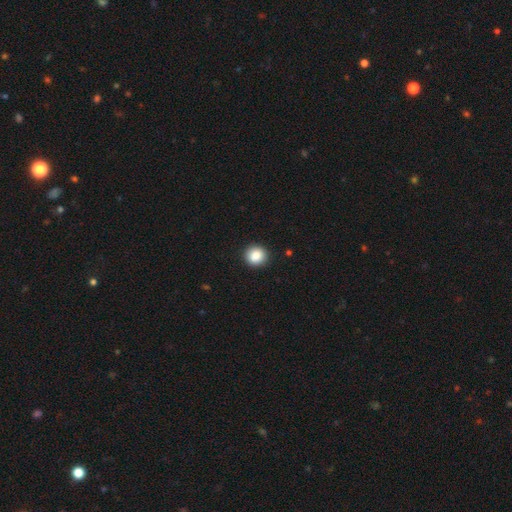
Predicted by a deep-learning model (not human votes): This appears to be a smooth galaxy with no disk features (87%) that is round (89%). Merging: none (92%).